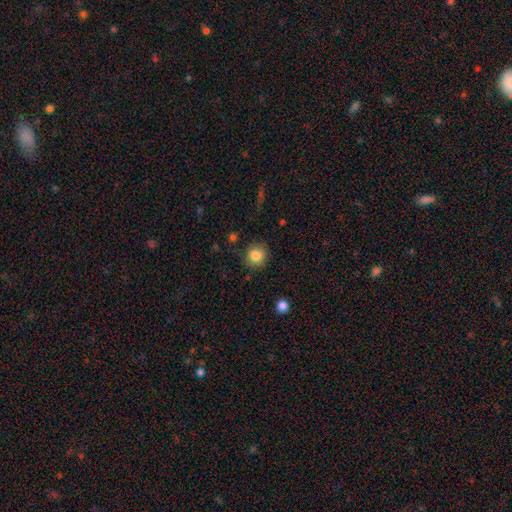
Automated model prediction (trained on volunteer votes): Smooth or featured?
  - smooth: 85% *
  - star or artifact: 10%
  - featured or disk: 6%
How rounded?
  - round: 90% *
  - in between: 9%
  - cigar-shaped: 1%
Merging?
  - none: 86% *
  - minor disturbance: 10%
  - major disturbance: 3%
  - merger: 2%